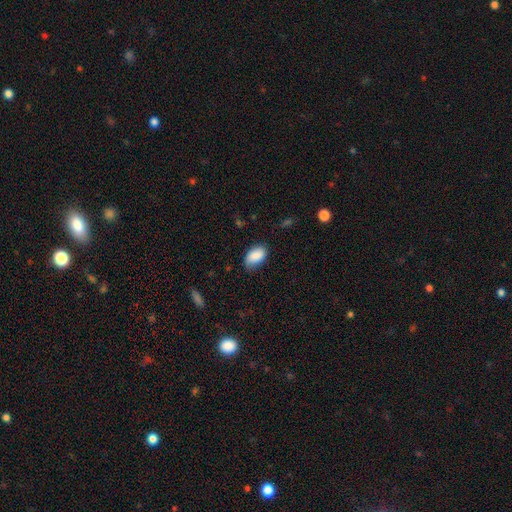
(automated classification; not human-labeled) smooth-or-featured: smooth: 86% | featured or disk: 7% | star or artifact: 7%
  how-rounded: in between: 92% | round: 7% | cigar-shaped: 1%
  merging: none: 66% | minor disturbance: 28% | major disturbance: 5% | merger: 1%